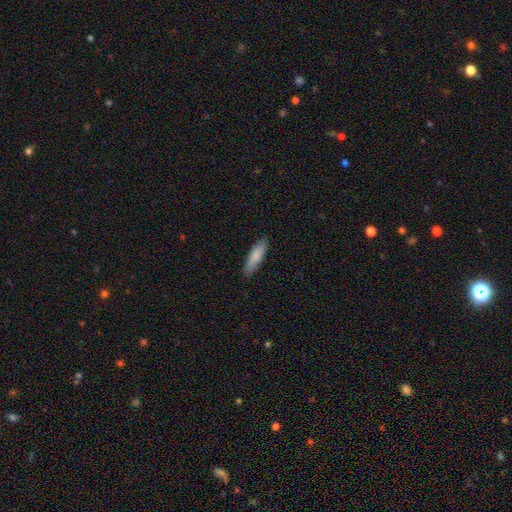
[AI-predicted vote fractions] smooth 84%, featured or disk 11%, star or artifact 6%. Down the decision tree: how rounded — cigar-shaped (69%); merging — none (86%).